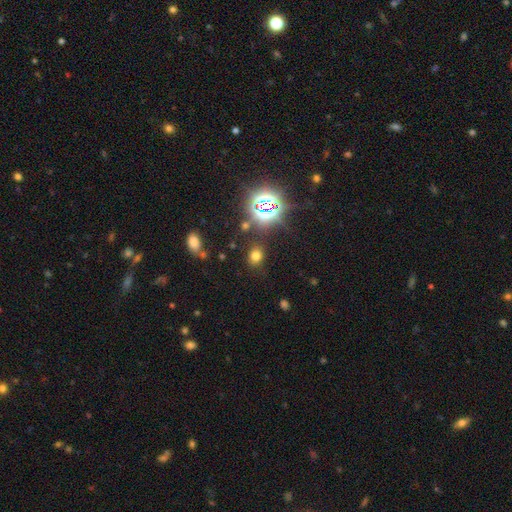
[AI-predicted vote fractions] The model was most divided on "how rounded": in between: 53%, round: 46%, cigar-shaped: 1%. More confident: merging — none (83%); smooth or featured — smooth (63%).